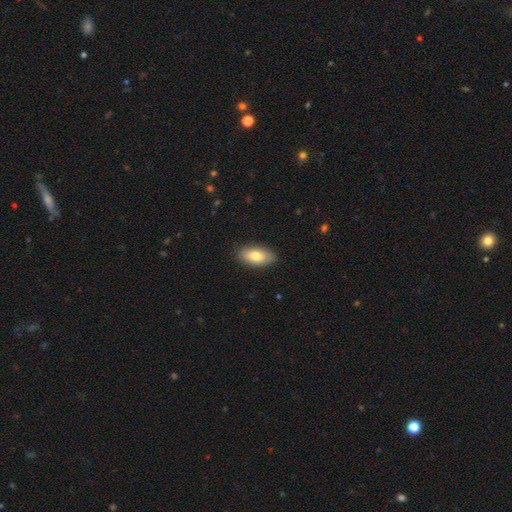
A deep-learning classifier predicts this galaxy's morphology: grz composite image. It shows a smooth galaxy with no disk features (78%) that is in between round and cigar-shaped (91%). Merging: none (88%).